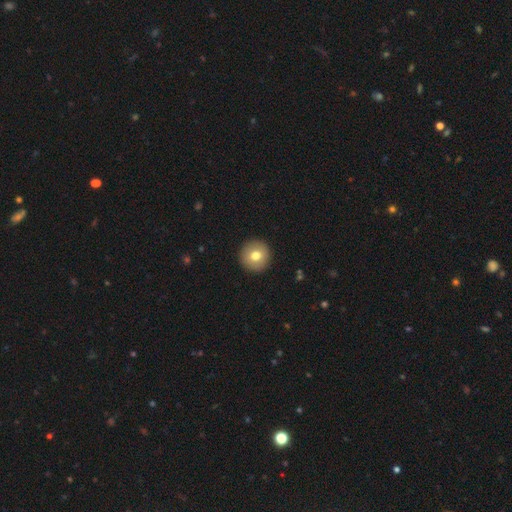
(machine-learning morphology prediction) smooth-or-featured: smooth: 75% | featured or disk: 17% | star or artifact: 8%
  how-rounded: round: 95% | in between: 4% | cigar-shaped: 1%
  merging: none: 93% | minor disturbance: 5% | major disturbance: 2% | merger: 1%